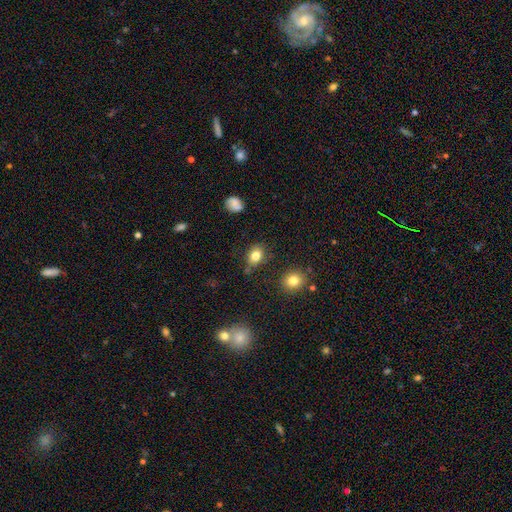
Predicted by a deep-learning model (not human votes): Smooth or featured: smooth — 82% (star or artifact — 11%)
How rounded: in between — 66% (round — 33%)
Merging: none — 75% (minor disturbance — 17%)